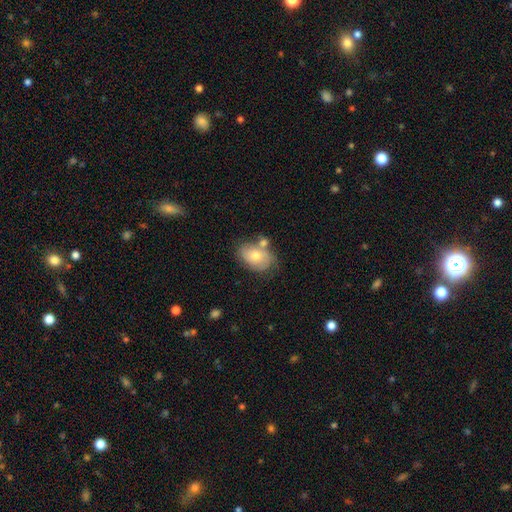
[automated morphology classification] This is likely a smooth galaxy (63%). How rounded: likely in between (80%). Merging: possibly none (49%).